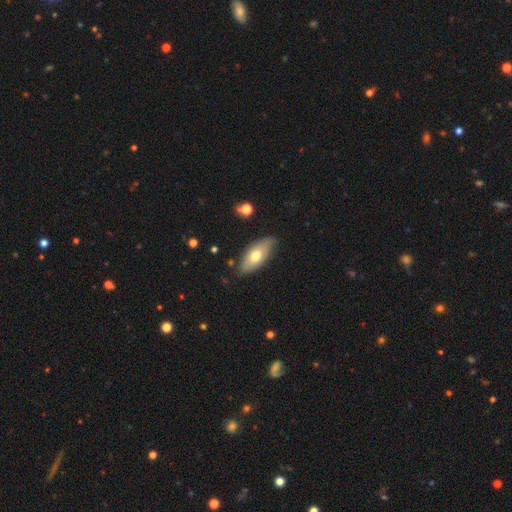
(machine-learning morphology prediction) smooth-or-featured: smooth: 64% | featured or disk: 30% | star or artifact: 6%
  how-rounded: in between: 85% | cigar-shaped: 12% | round: 3%
  merging: none: 78% | minor disturbance: 18% | major disturbance: 3% | merger: 2%